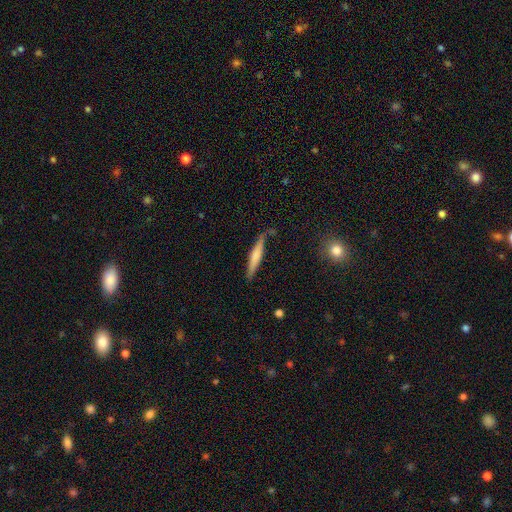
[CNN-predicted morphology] Smooth or featured: smooth — 64% (featured or disk — 30%)
How rounded: cigar-shaped — 90% (in between — 8%)
Merging: none — 70% (minor disturbance — 21%)